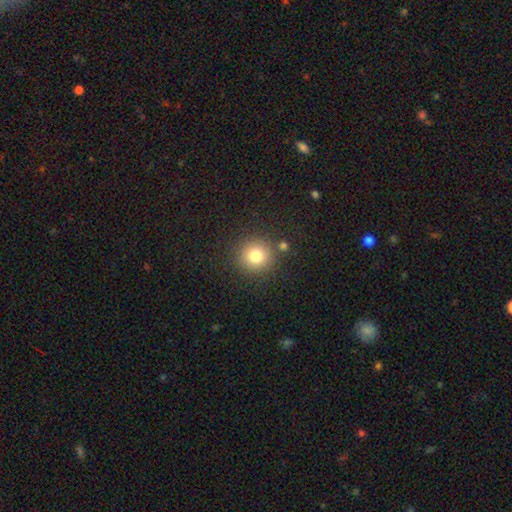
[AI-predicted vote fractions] This is likely a smooth galaxy (79%). How rounded: clearly round (93%). Merging: clearly none (85%).